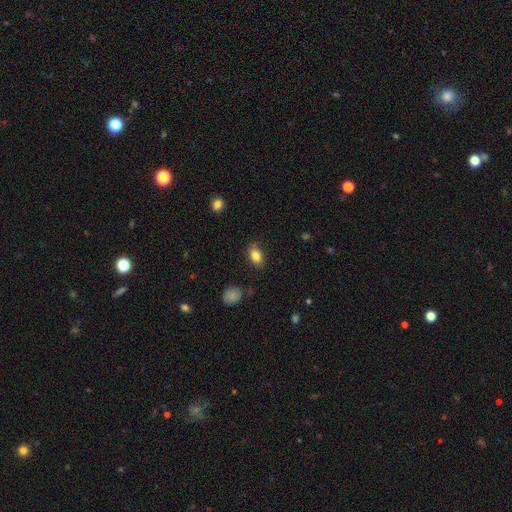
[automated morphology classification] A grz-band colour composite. It shows a smooth galaxy with no disk features (84%) that is in between round and cigar-shaped (87%). Merging: none (82%).